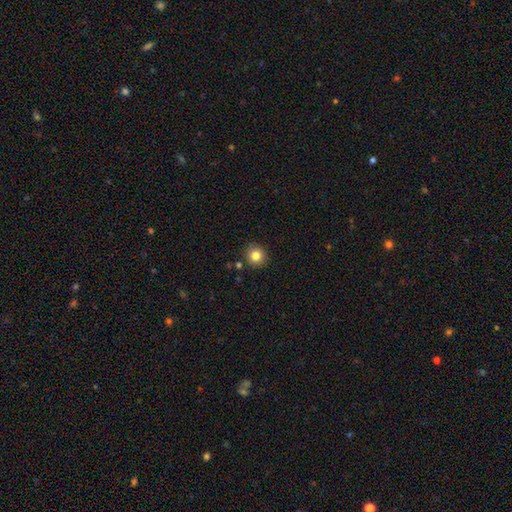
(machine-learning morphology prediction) smooth 82%, star or artifact 11%, featured or disk 7%. Down the decision tree: how rounded — round (91%); merging — none (88%).